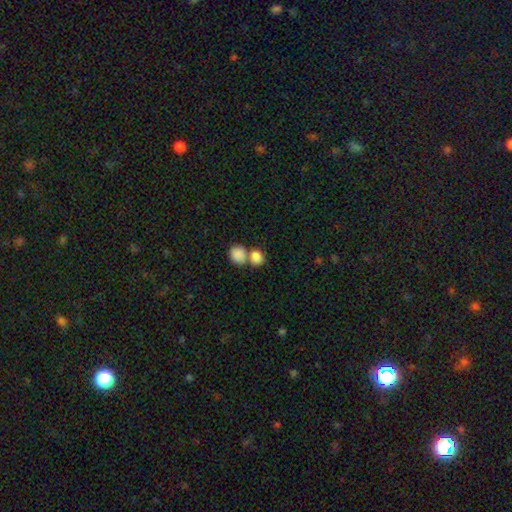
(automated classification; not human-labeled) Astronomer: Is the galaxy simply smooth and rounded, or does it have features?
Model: smooth — 85%.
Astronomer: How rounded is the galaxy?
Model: round — 64%.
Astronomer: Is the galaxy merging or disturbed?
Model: merger — 53% (runner-up: none, 37%).